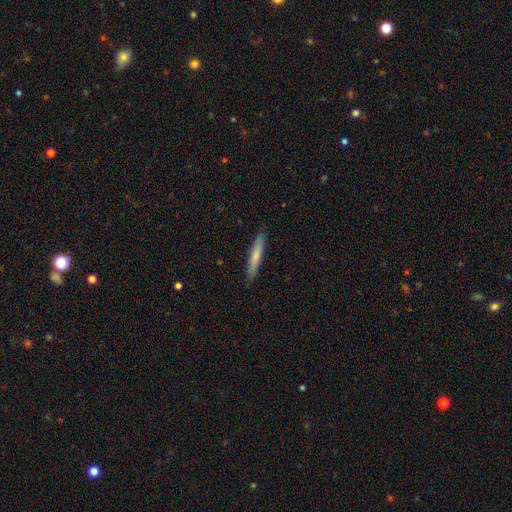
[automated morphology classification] The model was most divided on "smooth or featured": smooth: 68%, featured or disk: 26%, star or artifact: 5%. More confident: how rounded — cigar-shaped (94%); merging — none (90%).